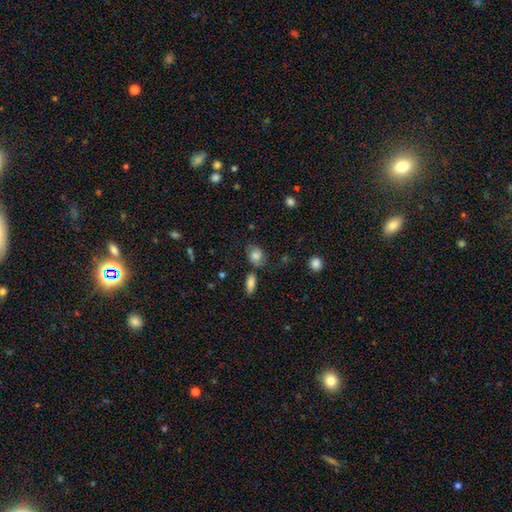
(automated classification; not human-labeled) Overall: smooth (76%). How rounded: in between (53%; round 45%). Merging: none (64%).